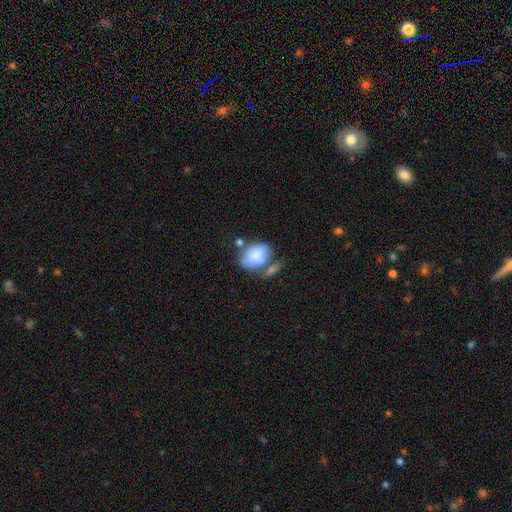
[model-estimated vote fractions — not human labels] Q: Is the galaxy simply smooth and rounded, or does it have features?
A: smooth — 80%.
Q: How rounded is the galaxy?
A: in between — 74%.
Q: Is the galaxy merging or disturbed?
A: none — 42%.